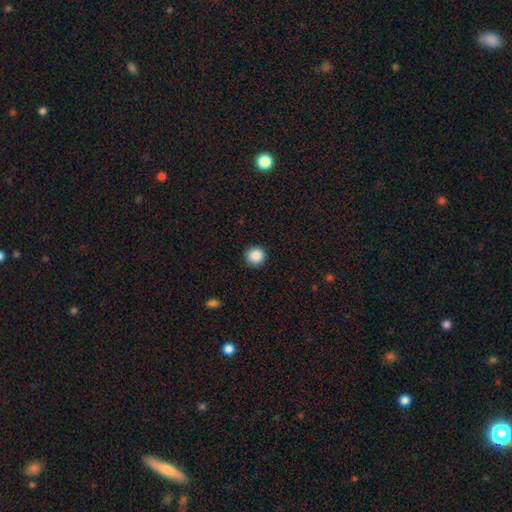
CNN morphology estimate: This is clearly a smooth galaxy (88%). How rounded: clearly round (95%). Merging: clearly none (92%).